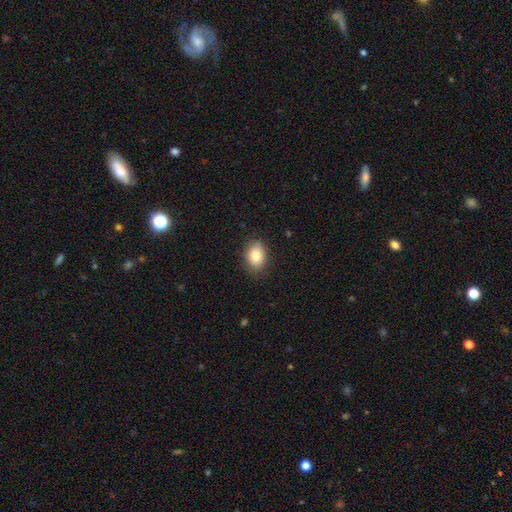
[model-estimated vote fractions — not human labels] Morphology: type=smooth (84%); roundness=in between (69%); merging=none (87%).